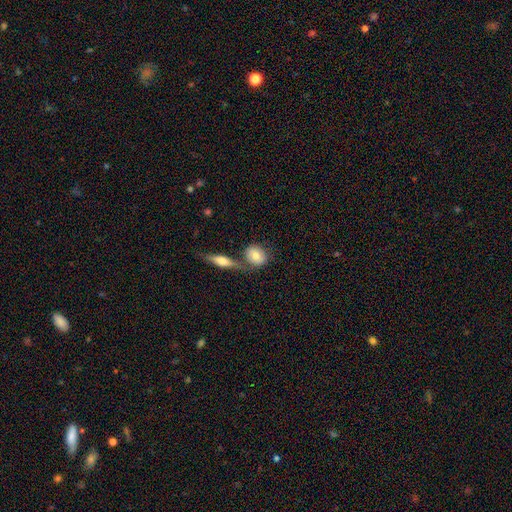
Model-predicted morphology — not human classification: A smooth galaxy with no disk features (74%) that is round (70%).

Vote fractions:
- Smooth or featured? smooth: 74% / featured or disk: 19% / star or artifact: 7%
- How rounded? round: 70% / in between: 27% / cigar-shaped: 3%
- Merging? none: 60% / merger: 24% / minor disturbance: 12% / major disturbance: 4%